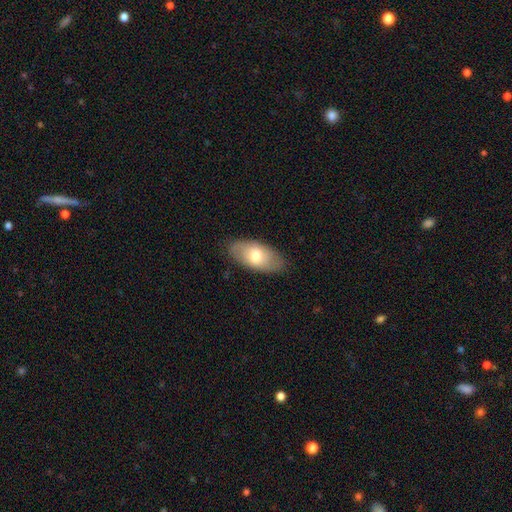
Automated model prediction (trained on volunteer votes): Q: Smooth or featured?
A: smooth (67%); runner-up: featured or disk (27%)
Q: How rounded?
A: in between (93%); runner-up: cigar-shaped (4%)
Q: Merging?
A: none (83%); runner-up: minor disturbance (13%)